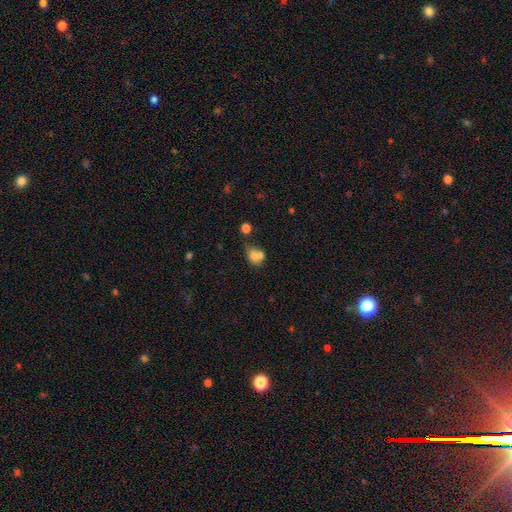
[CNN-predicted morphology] This is likely a smooth galaxy (70%). How rounded: possibly in between (50%). Merging: possibly merger (52%).